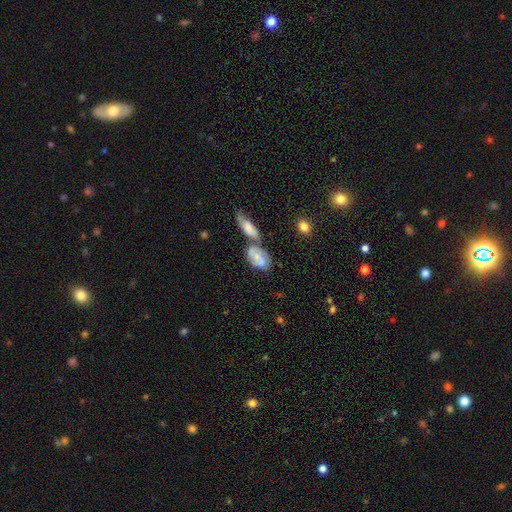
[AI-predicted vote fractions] featured or disk 47%, smooth 45%, star or artifact 8%. Down the decision tree: merging — merger (45%).